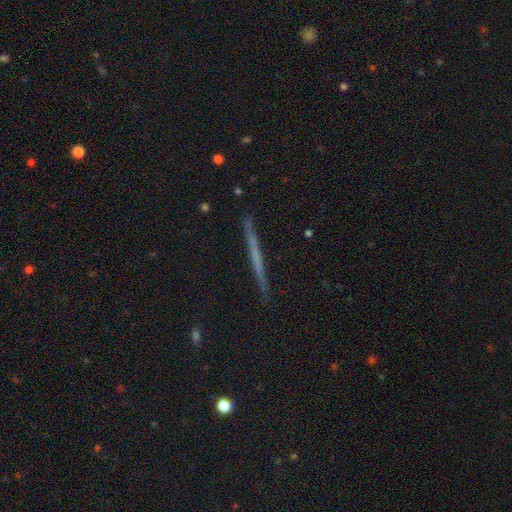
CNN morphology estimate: smooth_or_featured: featured or disk (p=0.53) [alt: smooth p=0.39]
disk_edge_on: yes (p=0.97) [alt: no p=0.03]
edge_on_bulge: none (p=0.90) [alt: rounded p=0.07]
merging: none (p=0.91) [alt: minor disturbance p=0.07]